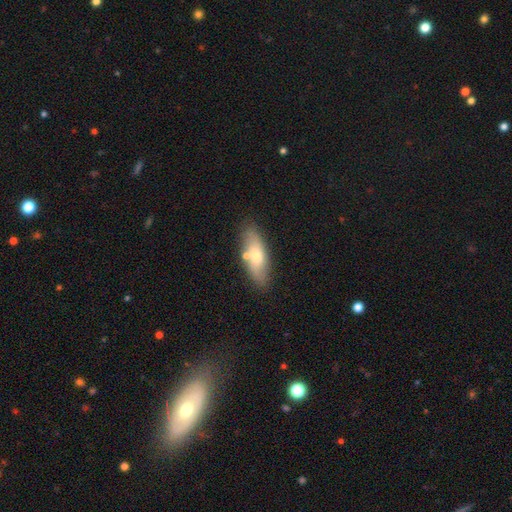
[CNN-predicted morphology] smooth 62%, featured or disk 31%, star or artifact 7%. Down the decision tree: how rounded — in between (71%); merging — none (76%).